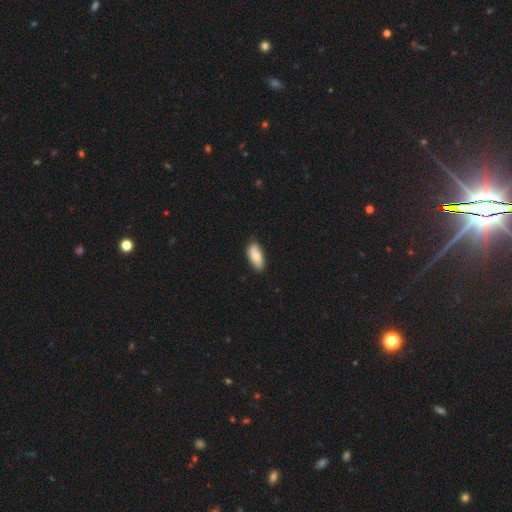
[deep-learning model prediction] This appears to be a smooth galaxy with no disk features (79%) that is in between round and cigar-shaped (89%). Merging: none (78%).